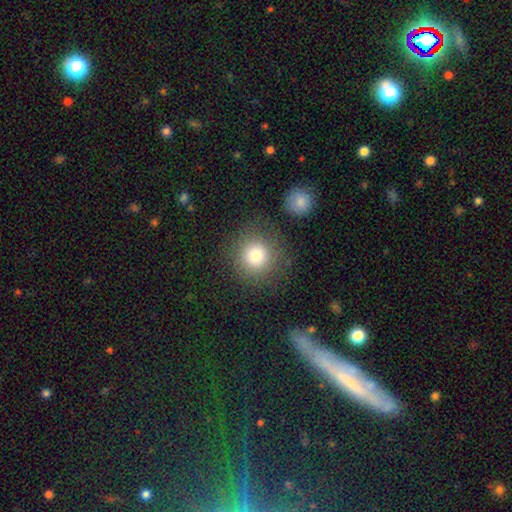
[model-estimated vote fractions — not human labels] Smooth or featured?
  - smooth: 79% *
  - star or artifact: 12%
  - featured or disk: 9%
How rounded?
  - round: 93% *
  - in between: 6%
  - cigar-shaped: 1%
Merging?
  - none: 82% *
  - minor disturbance: 9%
  - major disturbance: 4%
  - merger: 4%